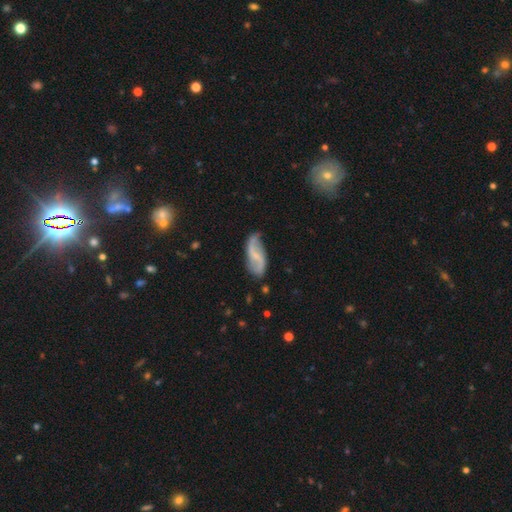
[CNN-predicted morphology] The model was most divided on "bulge size": small: 49%, none: 36%, moderate: 12%, large: 1%, dominant: 1%. Remaining: edge-on disk — no (95%); spiral arms — yes (92%); spiral arm count — 2 (91%); spiral winding — loose (76%); smooth or featured — featured or disk (75%); merging — none (72%); bar — weak (46%).